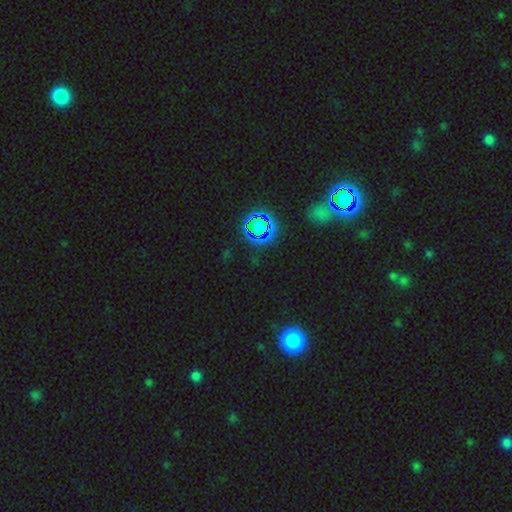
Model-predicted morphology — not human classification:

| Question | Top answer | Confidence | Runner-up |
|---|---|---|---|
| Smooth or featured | star or artifact | 75% | smooth (15%) |